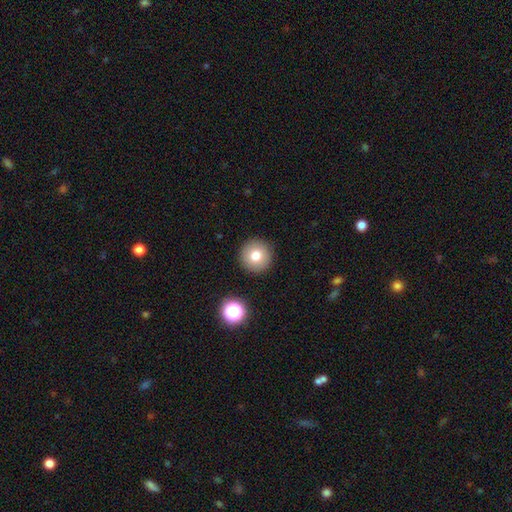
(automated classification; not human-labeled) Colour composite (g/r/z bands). It shows a smooth galaxy with no disk features (77%) that is round (96%). Merging: none (91%).